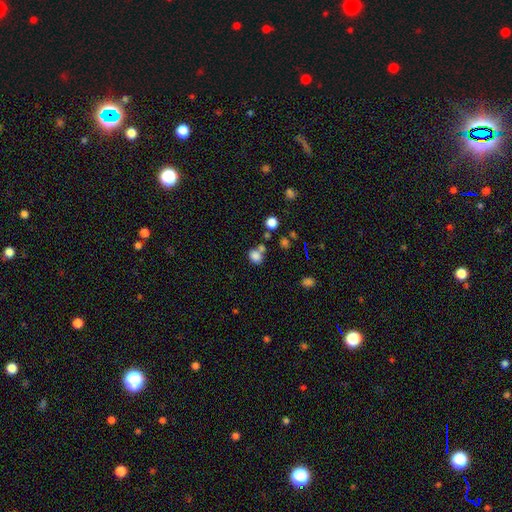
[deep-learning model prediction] smooth_or_featured: smooth (p=0.80) [alt: star or artifact p=0.13]
how_rounded: round (p=0.57) [alt: in between p=0.42]
merging: none (p=0.53) [alt: merger p=0.27]